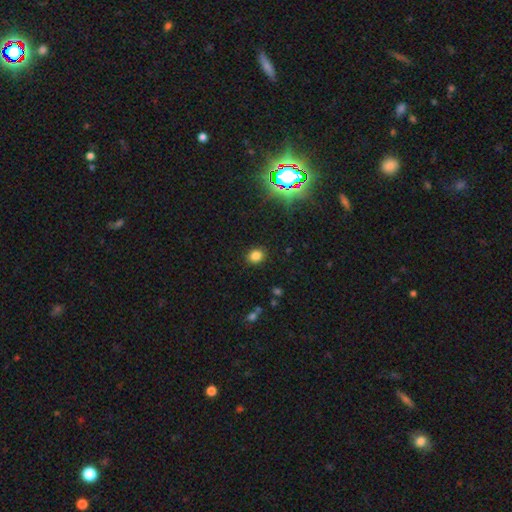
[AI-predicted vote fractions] Smooth or featured?
  - smooth: 81% *
  - star or artifact: 14%
  - featured or disk: 5%
How rounded?
  - round: 60% *
  - in between: 39%
  - cigar-shaped: 1%
Merging?
  - none: 89% *
  - minor disturbance: 8%
  - major disturbance: 2%
  - merger: 1%